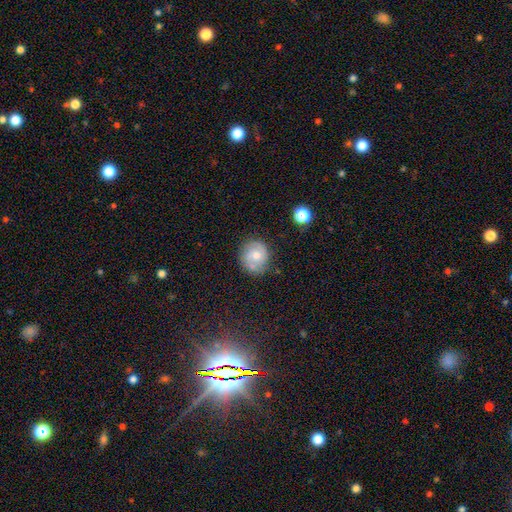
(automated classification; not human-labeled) Q: Smooth or featured?
A: featured or disk (55%); runner-up: smooth (37%)
Q: Edge-on disk?
A: no (98%); runner-up: yes (2%)
Q: Bar?
A: no (67%); runner-up: weak (28%)
Q: Spiral arms?
A: yes (81%); runner-up: no (19%)
Q: Bulge size?
A: moderate (59%); runner-up: small (34%)
Q: Merging?
A: none (70%); runner-up: minor disturbance (18%)